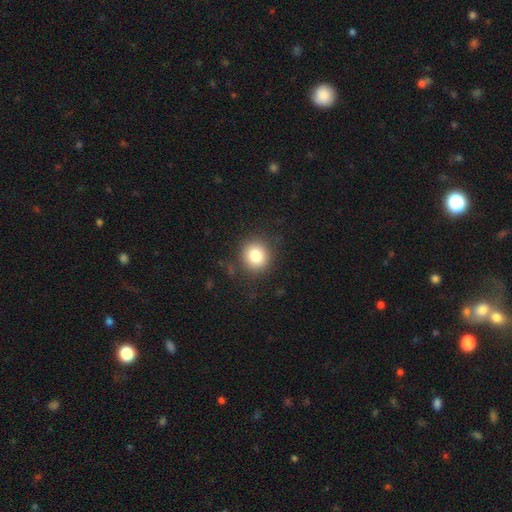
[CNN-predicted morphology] Q: Smooth or featured?
A: smooth (82%); runner-up: star or artifact (10%)
Q: How rounded?
A: round (88%); runner-up: in between (11%)
Q: Merging?
A: none (86%); runner-up: minor disturbance (9%)